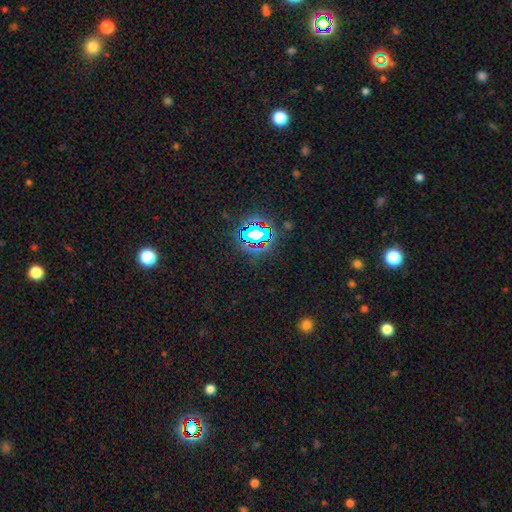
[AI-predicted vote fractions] A star or artifact, not a galaxy (77%).